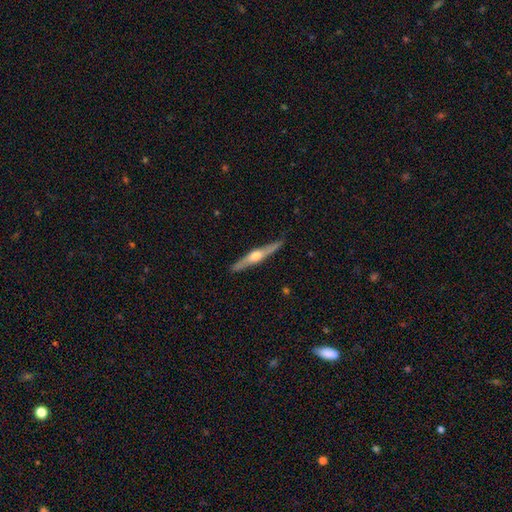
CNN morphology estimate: Overall: featured or disk (72%). Edge-on disk: yes (97%). Edge-on bulge: rounded (91%). Merging: none (88%).